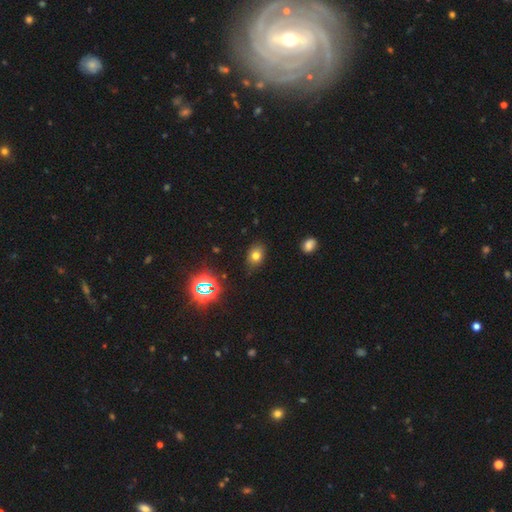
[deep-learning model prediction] smooth 71%, star or artifact 19%, featured or disk 10%. Down the decision tree: how rounded — in between (67%); merging — none (81%).